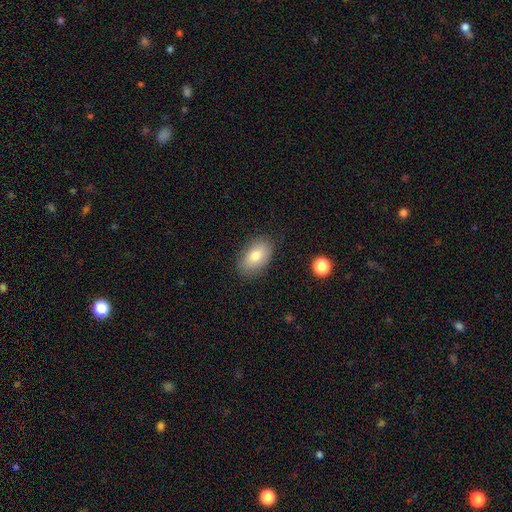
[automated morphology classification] Smooth or featured: smooth — 78% (featured or disk — 15%)
How rounded: in between — 91% (round — 8%)
Merging: none — 84% (minor disturbance — 12%)